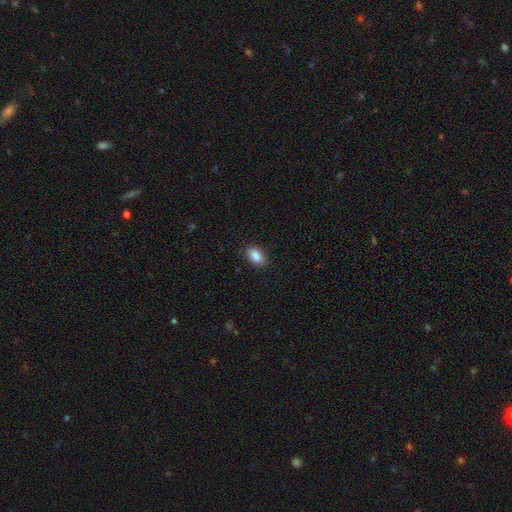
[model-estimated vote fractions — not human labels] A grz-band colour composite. It shows a smooth galaxy with no disk features (89%) that is in between round and cigar-shaped (88%). Merging: none (87%).